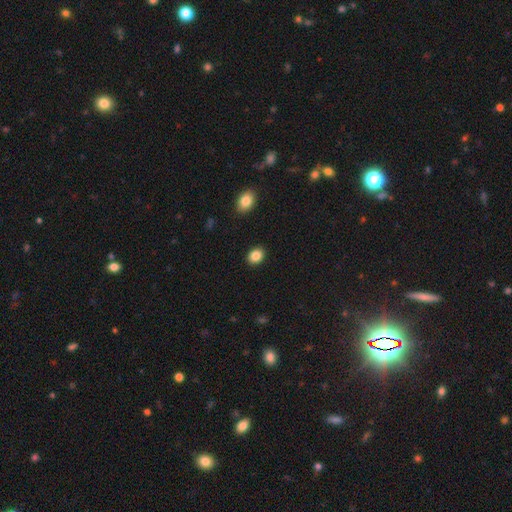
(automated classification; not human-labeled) A smooth galaxy with no disk features (86%) that is in between round and cigar-shaped (58%). Merging: none (90%).